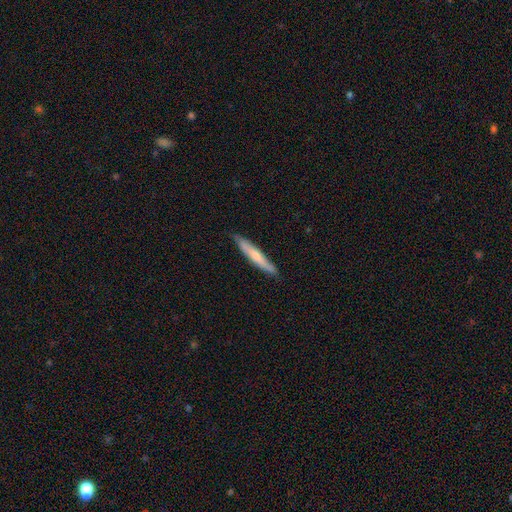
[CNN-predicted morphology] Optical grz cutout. It shows a smooth galaxy with no disk features (56%) that is cigar-shaped (93%). Merging: none (86%).